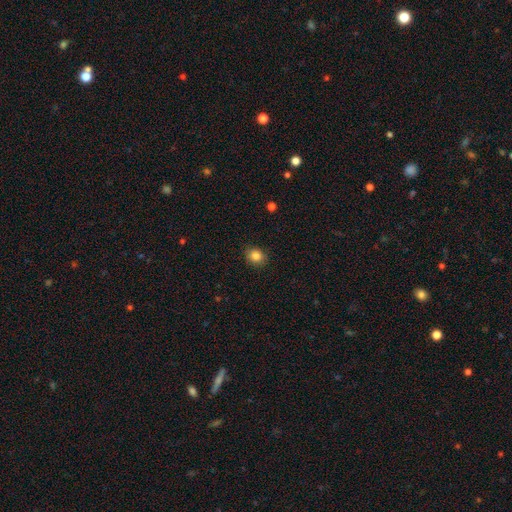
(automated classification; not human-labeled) Smooth or featured?
  - smooth: 84% *
  - star or artifact: 10%
  - featured or disk: 6%
How rounded?
  - round: 69% *
  - in between: 30%
  - cigar-shaped: 1%
Merging?
  - none: 89% *
  - minor disturbance: 8%
  - major disturbance: 2%
  - merger: 1%